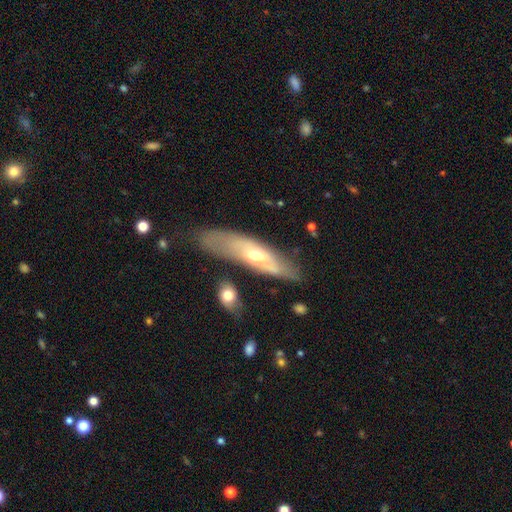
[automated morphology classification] Smooth or featured? featured or disk (58%)
Edge-on disk? no (54%)
Merging? none (70%)